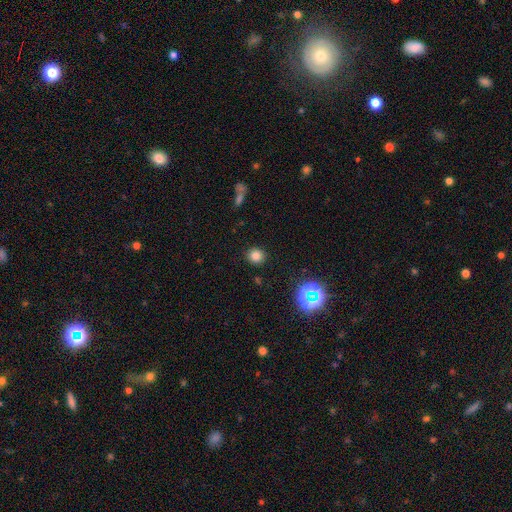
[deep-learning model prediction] The model was most divided on "smooth or featured": smooth: 79%, star or artifact: 16%, featured or disk: 5%. More confident: merging — none (90%); how rounded — round (88%).